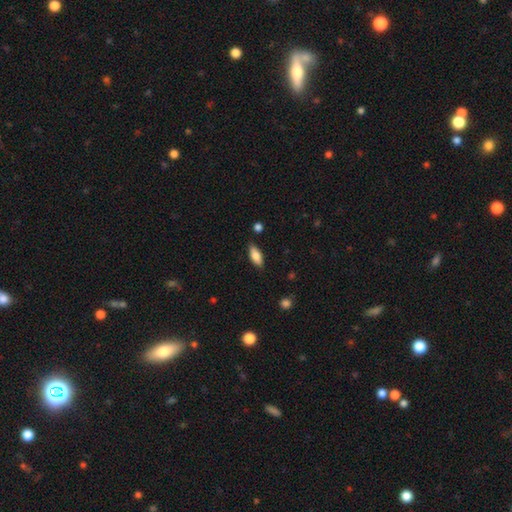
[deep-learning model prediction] smooth-or-featured: smooth: 79% | featured or disk: 15% | star or artifact: 7%
  how-rounded: in between: 78% | cigar-shaped: 20% | round: 2%
  merging: none: 83% | minor disturbance: 13% | major disturbance: 2% | merger: 2%